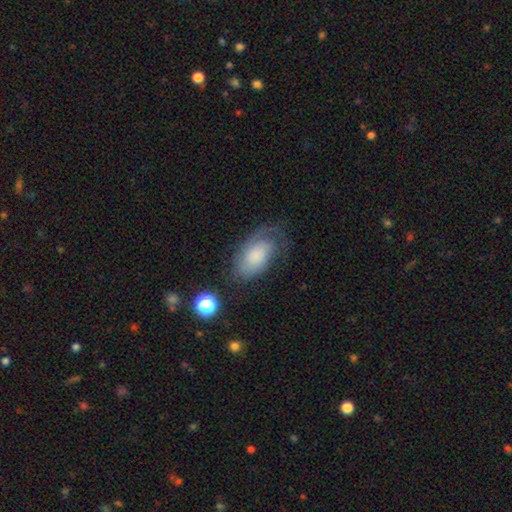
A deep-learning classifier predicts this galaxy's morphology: type=smooth (47%); merging=none (53%).